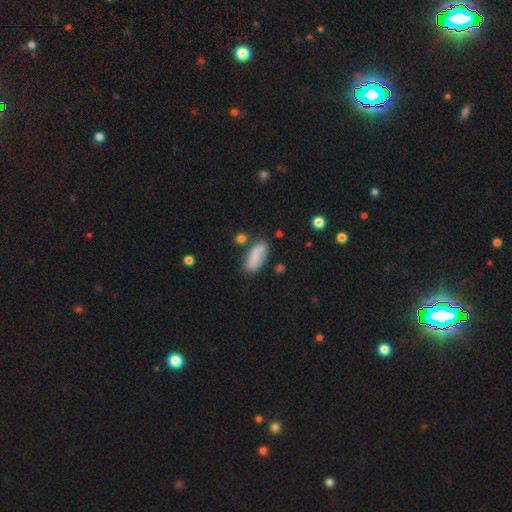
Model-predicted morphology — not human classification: Smooth or featured? Predicted: smooth (p=0.76). How rounded? Predicted: in between (p=0.83). Merging? Predicted: none (p=0.61).